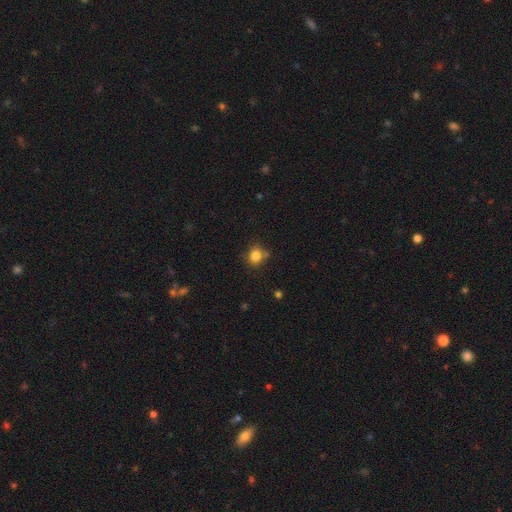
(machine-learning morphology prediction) This appears to be a smooth galaxy with no disk features (83%) that is round (71%). Merging: none (72%).